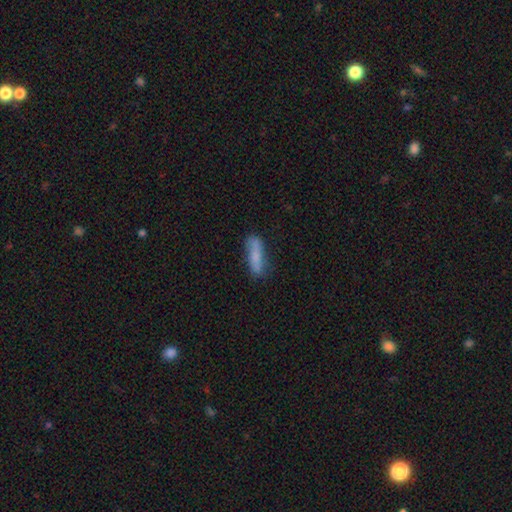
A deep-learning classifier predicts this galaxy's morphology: Smooth or featured: smooth — 73% (featured or disk — 20%)
How rounded: cigar-shaped — 65% (in between — 33%)
Merging: none — 68% (minor disturbance — 23%)